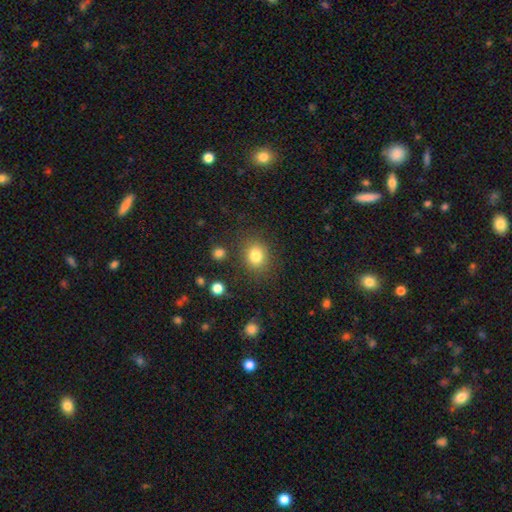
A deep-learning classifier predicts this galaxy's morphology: Smooth or featured? smooth (81%)
How rounded? round (70%)
Merging? none (83%)